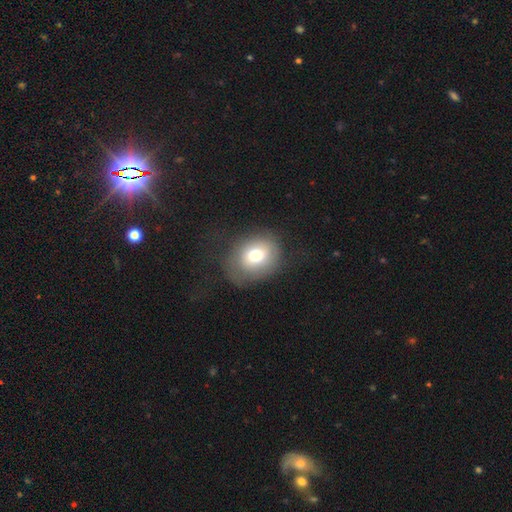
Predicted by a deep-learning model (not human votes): Smooth or featured? Predicted: smooth (p=0.75). How rounded? Predicted: round (p=0.50). Merging? Predicted: none (p=0.63).